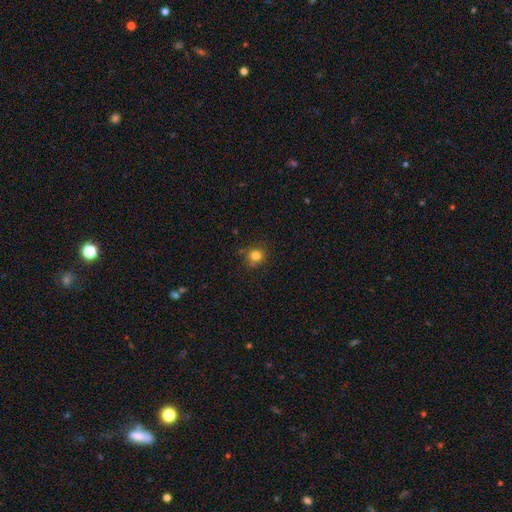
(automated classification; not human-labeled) smooth-or-featured: smooth: 81% | star or artifact: 14% | featured or disk: 6%
  how-rounded: round: 87% | in between: 12% | cigar-shaped: 1%
  merging: none: 83% | minor disturbance: 12% | major disturbance: 3% | merger: 2%